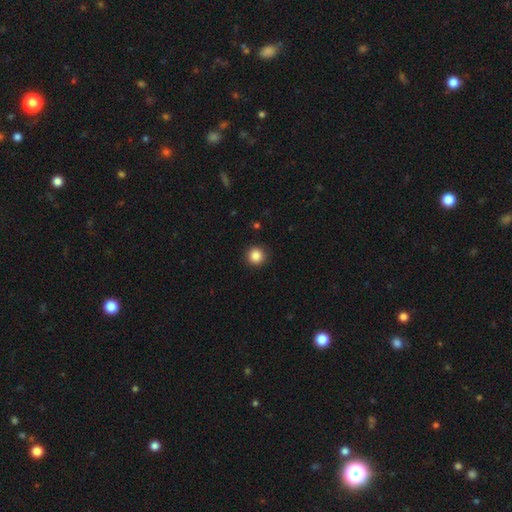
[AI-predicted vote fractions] The model was most divided on "smooth or featured": smooth: 86%, star or artifact: 10%, featured or disk: 4%. More confident: how rounded — round (95%); merging — none (92%).